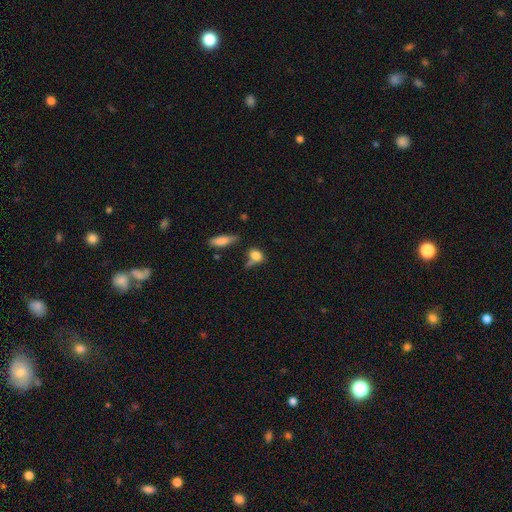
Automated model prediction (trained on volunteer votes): Overall: smooth (80%). How rounded: in between (64%; round 30%). Merging: none (44%; minor disturbance 23%).